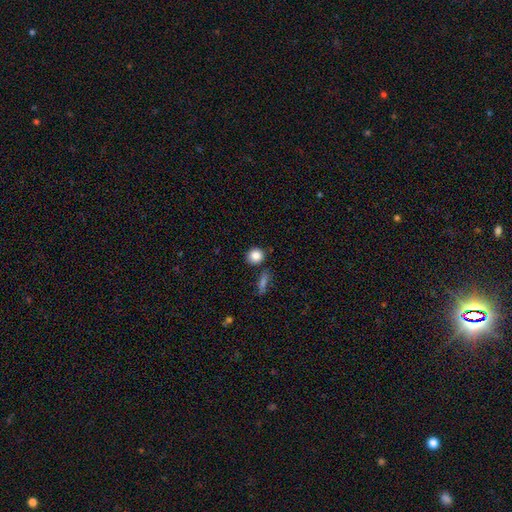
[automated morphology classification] Q: Smooth or featured?
A: smooth (86%); runner-up: star or artifact (9%)
Q: How rounded?
A: round (85%); runner-up: in between (13%)
Q: Merging?
A: none (81%); runner-up: minor disturbance (10%)